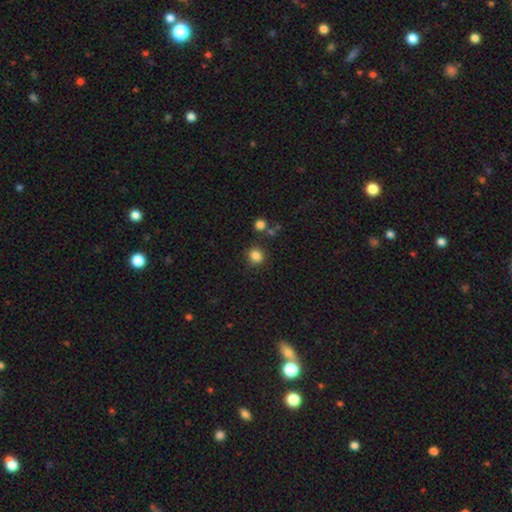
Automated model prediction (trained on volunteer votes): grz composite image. It shows a smooth galaxy with no disk features (84%) that is round (84%). Merging: none (84%).